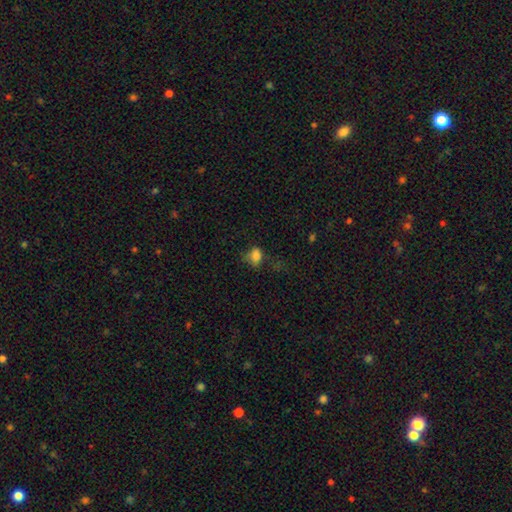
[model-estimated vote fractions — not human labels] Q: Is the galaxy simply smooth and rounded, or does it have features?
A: smooth — 78%.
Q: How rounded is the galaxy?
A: in between — 63%.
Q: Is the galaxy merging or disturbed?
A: none — 48%.